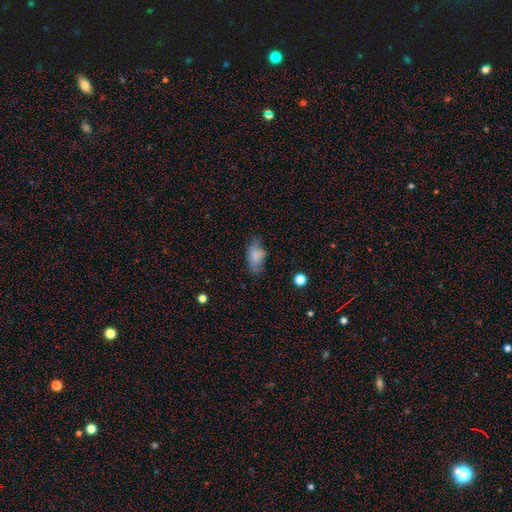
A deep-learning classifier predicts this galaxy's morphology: This is likely a smooth galaxy (79%). How rounded: clearly in between (90%). Merging: likely none (61%).